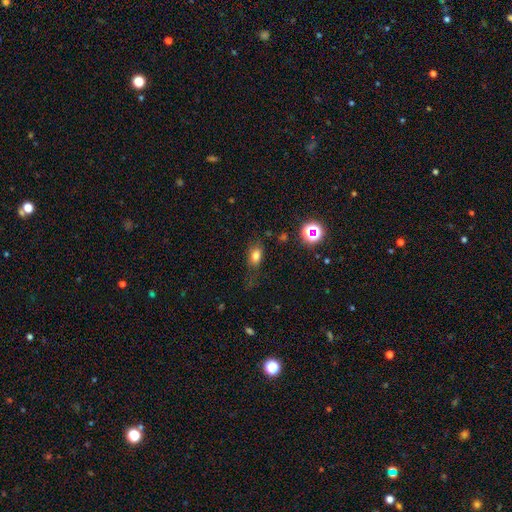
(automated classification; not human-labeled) Morphology: type=smooth (74%); roundness=in between (78%); merging=none (65%).